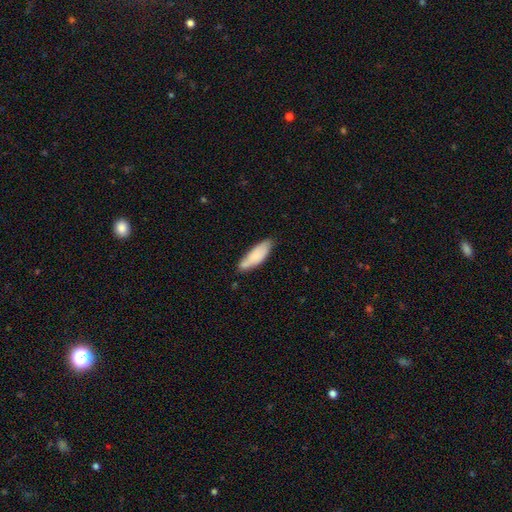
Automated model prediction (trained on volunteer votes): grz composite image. It shows a smooth galaxy with no disk features (80%) that is in between round and cigar-shaped (55%). Merging: none (64%).